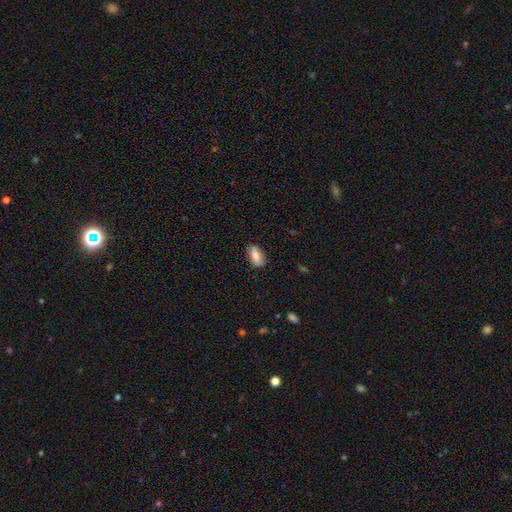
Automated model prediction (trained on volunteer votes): Overall: smooth (85%). How rounded: in between (87%). Merging: none (82%).